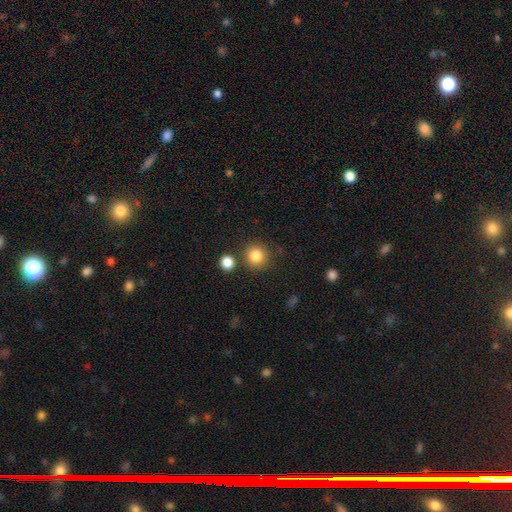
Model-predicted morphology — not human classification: A smooth galaxy with no disk features (85%) that is round (91%).

Vote fractions:
- Smooth or featured? smooth: 85% / star or artifact: 10% / featured or disk: 5%
- How rounded? round: 91% / in between: 8% / cigar-shaped: 1%
- Merging? none: 81% / minor disturbance: 8% / merger: 8% / major disturbance: 3%